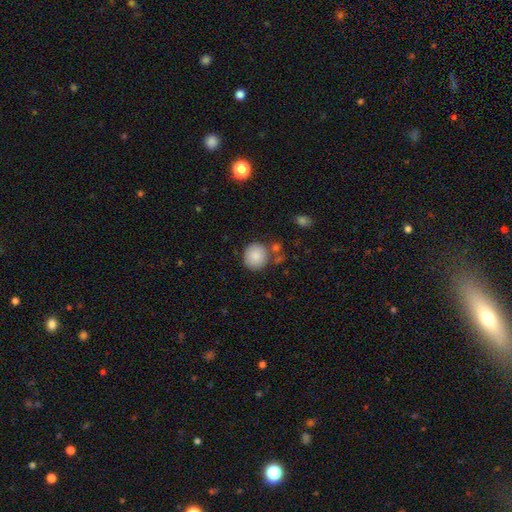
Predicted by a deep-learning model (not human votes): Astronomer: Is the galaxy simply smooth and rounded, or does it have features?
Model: smooth — 87%.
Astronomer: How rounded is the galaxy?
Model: round — 87%.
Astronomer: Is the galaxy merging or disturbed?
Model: none — 77%.